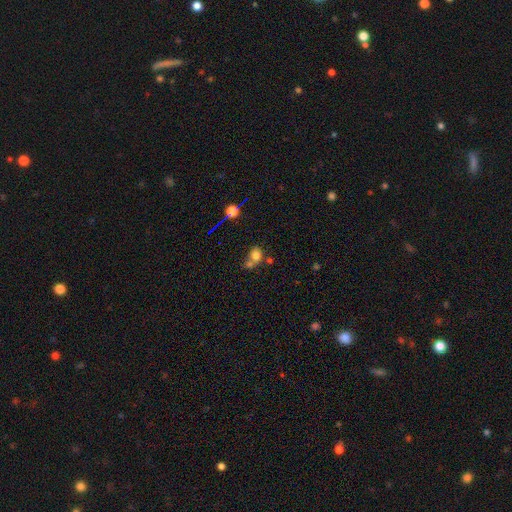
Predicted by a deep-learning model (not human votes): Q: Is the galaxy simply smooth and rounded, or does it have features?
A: smooth — 73%.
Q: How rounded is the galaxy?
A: round — 62%.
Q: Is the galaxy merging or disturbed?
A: merger — 45%.